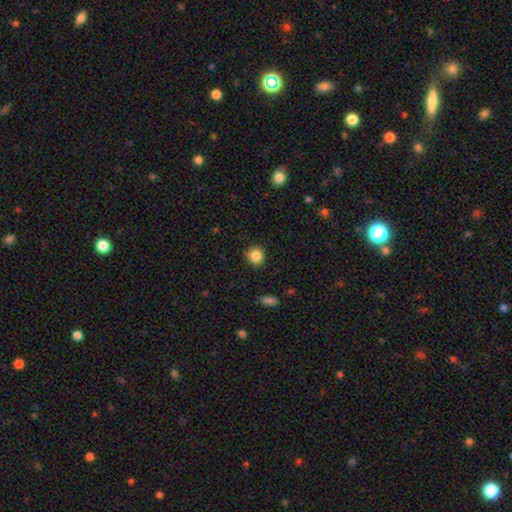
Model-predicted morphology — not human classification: Smooth or featured? smooth (85%)
How rounded? round (86%)
Merging? none (88%)